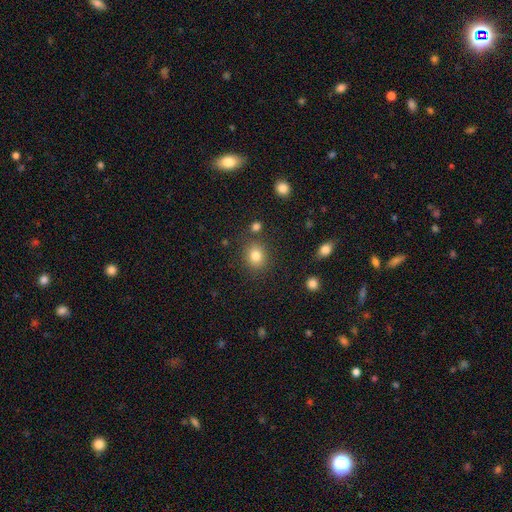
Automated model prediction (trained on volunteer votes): A smooth galaxy with no disk features (82%) that is round (75%).

Vote fractions:
- Smooth or featured? smooth: 82% / star or artifact: 12% / featured or disk: 6%
- How rounded? round: 75% / in between: 24% / cigar-shaped: 1%
- Merging? none: 84% / minor disturbance: 9% / merger: 4% / major disturbance: 3%